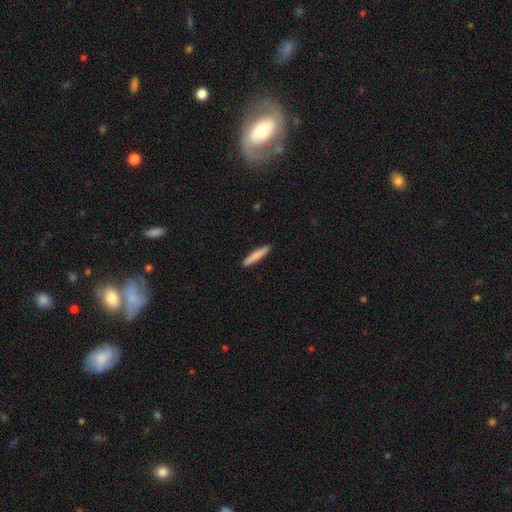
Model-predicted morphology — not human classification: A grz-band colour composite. It shows a smooth galaxy with no disk features (81%) that is cigar-shaped (93%). Merging: none (91%).